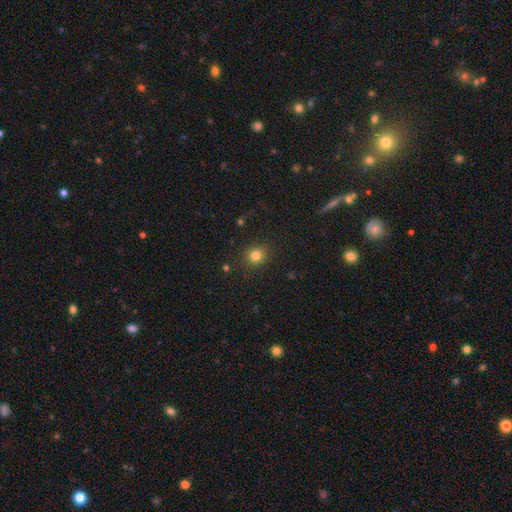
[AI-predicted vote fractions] smooth-or-featured: smooth: 80% | star or artifact: 14% | featured or disk: 6%
  how-rounded: round: 86% | in between: 13% | cigar-shaped: 1%
  merging: none: 88% | minor disturbance: 8% | major disturbance: 3% | merger: 1%